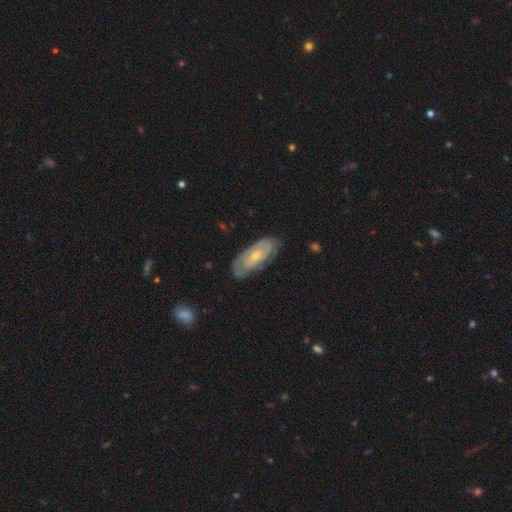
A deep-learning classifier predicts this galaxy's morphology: smooth-or-featured: featured or disk: 67% | smooth: 27% | star or artifact: 6%
  disk-edge-on: no: 88% | yes: 12%
    bar: no: 73% | weak: 22% | strong: 5%
    has-spiral-arms: yes: 72% | no: 28%
    bulge-size: small: 52% | moderate: 44% | large: 2% | none: 1% | dominant: 1%
  merging: none: 69% | minor disturbance: 22% | major disturbance: 7% | merger: 2%